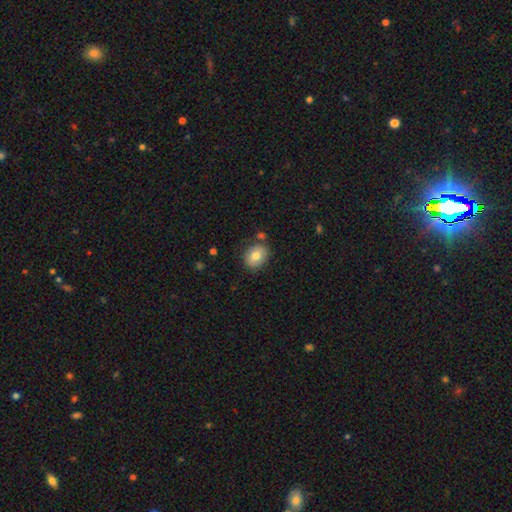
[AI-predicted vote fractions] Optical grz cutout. It shows a smooth galaxy with no disk features (79%) that is round (51%). Merging: none (78%).